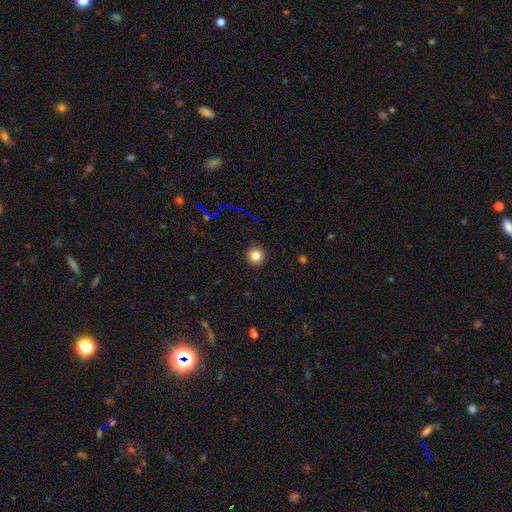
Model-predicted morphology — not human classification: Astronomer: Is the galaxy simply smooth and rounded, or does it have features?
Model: smooth — 81%.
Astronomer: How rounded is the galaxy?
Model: round — 96%.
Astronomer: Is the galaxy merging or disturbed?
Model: none — 92%.